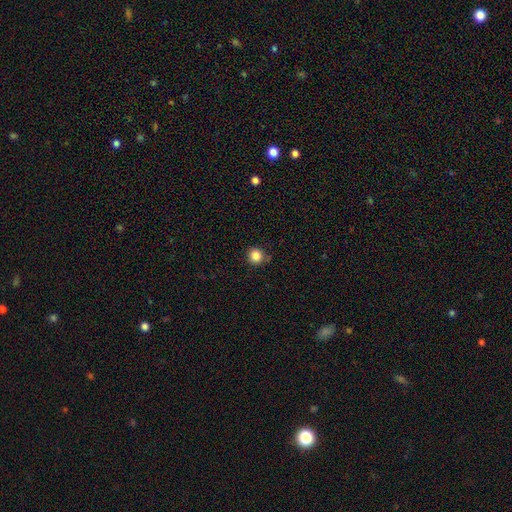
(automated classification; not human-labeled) Smooth or featured? smooth (84%)
How rounded? round (92%)
Merging? none (81%)